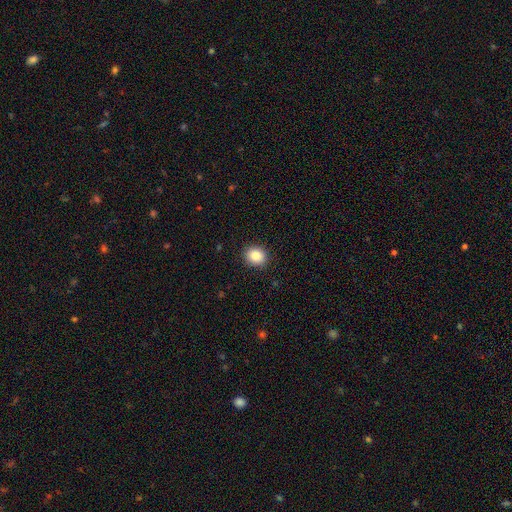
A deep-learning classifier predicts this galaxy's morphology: A smooth galaxy with no disk features (85%) that is round (71%).

Vote fractions:
- Smooth or featured? smooth: 85% / star or artifact: 9% / featured or disk: 5%
- How rounded? round: 71% / in between: 28% / cigar-shaped: 1%
- Merging? none: 91% / minor disturbance: 6% / major disturbance: 2% / merger: 1%